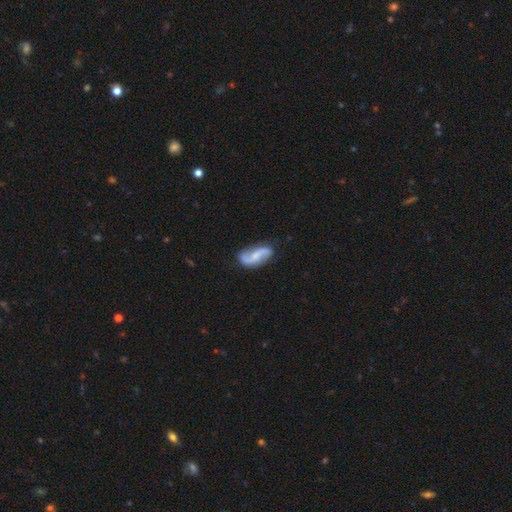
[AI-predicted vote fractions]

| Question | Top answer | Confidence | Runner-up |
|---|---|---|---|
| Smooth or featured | featured or disk | 81% | smooth (14%) |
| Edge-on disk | no | 96% | yes (4%) |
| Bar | no | 42% | weak (39%) |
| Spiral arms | yes | 95% | no (5%) |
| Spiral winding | loose | 68% | medium (24%) |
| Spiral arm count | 2 | 93% | can't tell (3%) |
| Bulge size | small | 49% | moderate (28%) |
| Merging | none | 77% | minor disturbance (16%) |